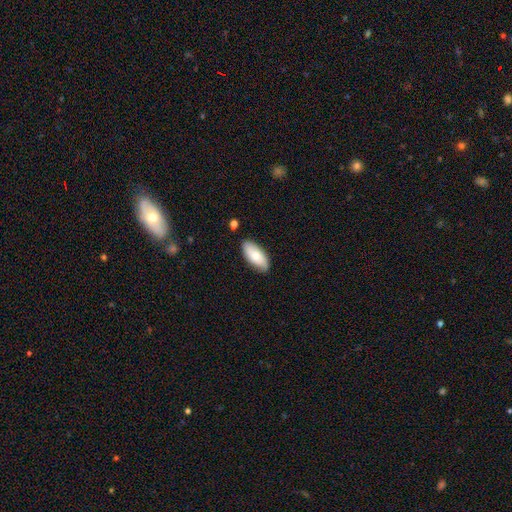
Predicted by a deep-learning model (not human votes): Overall: smooth (72%). How rounded: in between (90%). Merging: none (82%).